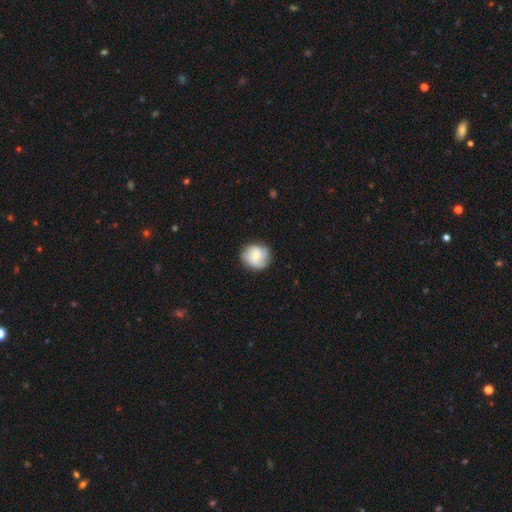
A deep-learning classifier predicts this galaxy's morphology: This appears to be a smooth galaxy with no disk features (52%) that is round (84%). Merging: none (76%).